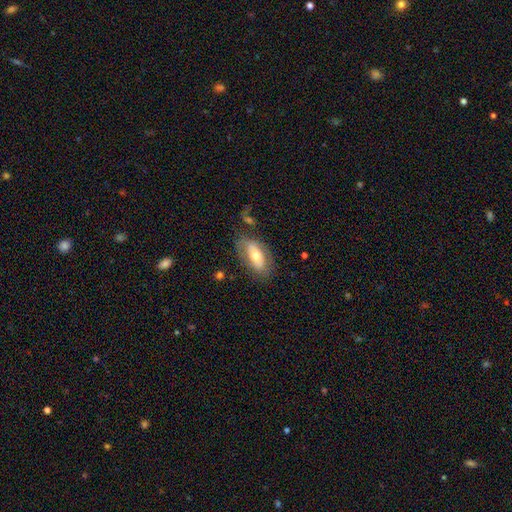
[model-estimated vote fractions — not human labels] Morphology: type=smooth (57%); roundness=in between (84%); merging=none (69%).